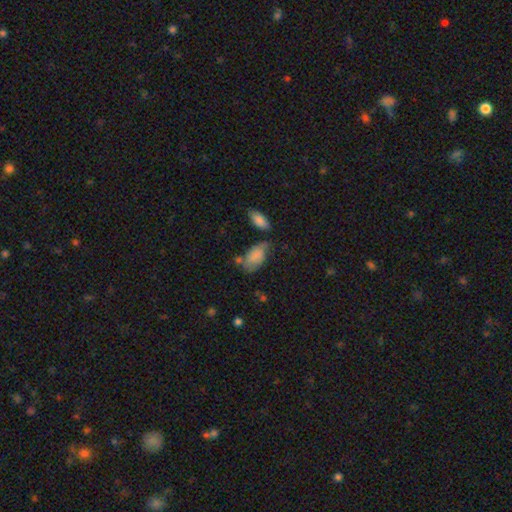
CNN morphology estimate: The model was most divided on "merging": none: 44%, minor disturbance: 30%, merger: 13%, major disturbance: 13%. More confident: how rounded — in between (93%); smooth or featured — smooth (77%).